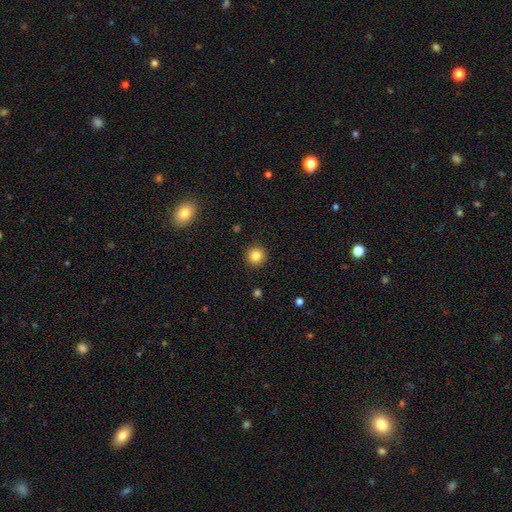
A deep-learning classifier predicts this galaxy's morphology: Overall: smooth (84%). How rounded: round (95%). Merging: none (92%).